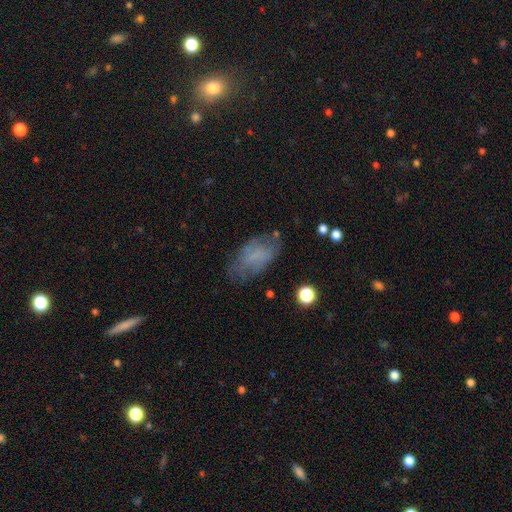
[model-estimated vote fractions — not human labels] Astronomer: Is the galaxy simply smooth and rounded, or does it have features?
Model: smooth — 60%.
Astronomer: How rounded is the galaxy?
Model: in between — 91%.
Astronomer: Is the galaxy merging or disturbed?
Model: none — 59%.